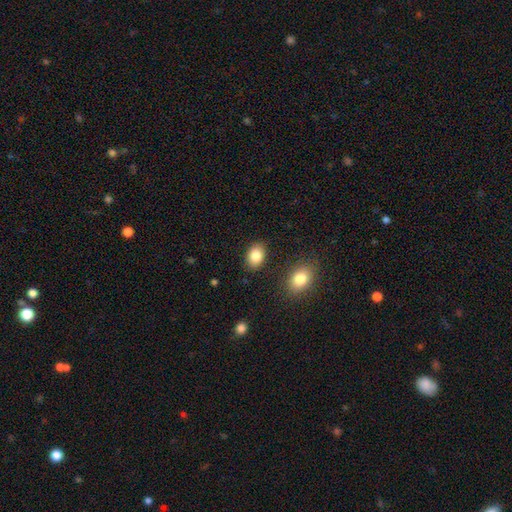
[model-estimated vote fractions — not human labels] A smooth galaxy with no disk features (86%) that is in between round and cigar-shaped (80%). Merging: none (85%).